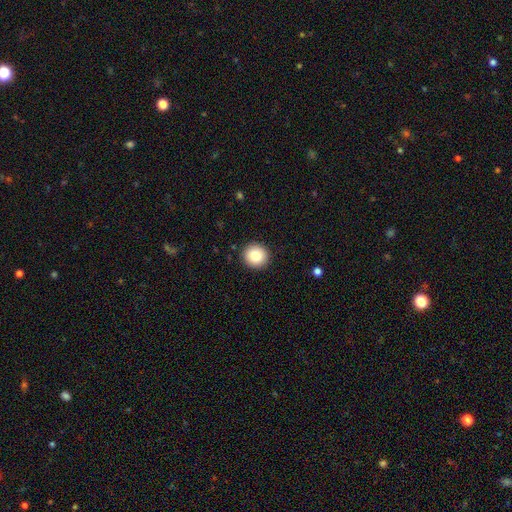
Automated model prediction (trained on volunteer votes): Smooth or featured? Predicted: smooth (p=0.82). How rounded? Predicted: round (p=0.93). Merging? Predicted: none (p=0.92).